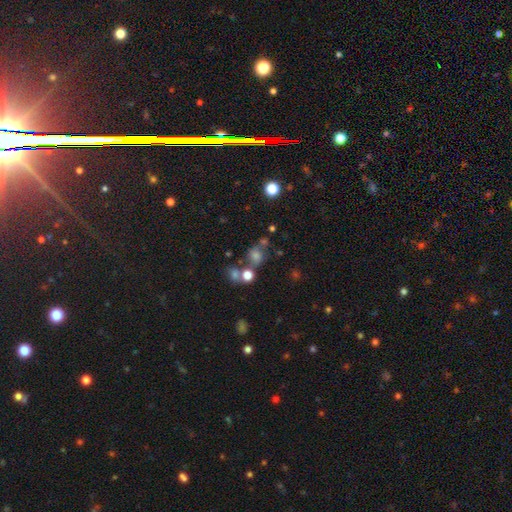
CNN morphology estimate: Smooth or featured?
  - smooth: 55% *
  - star or artifact: 29%
  - featured or disk: 16%
How rounded?
  - round: 73% *
  - in between: 25%
  - cigar-shaped: 2%
Merging?
  - none: 55% *
  - merger: 25%
  - minor disturbance: 12%
  - major disturbance: 8%